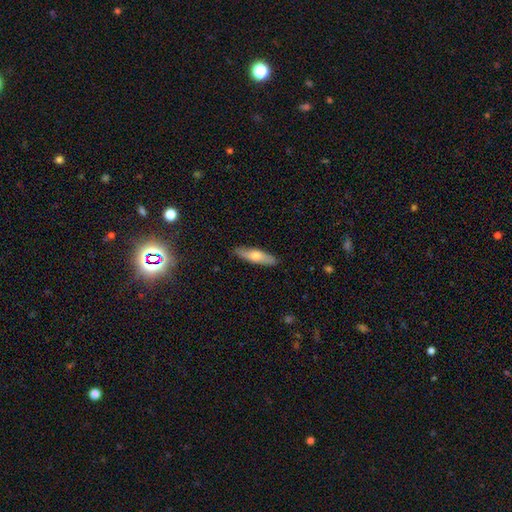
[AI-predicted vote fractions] The model was most divided on "smooth or featured": smooth: 60%, featured or disk: 34%, star or artifact: 6%. More confident: merging — none (87%); how rounded — cigar-shaped (67%).